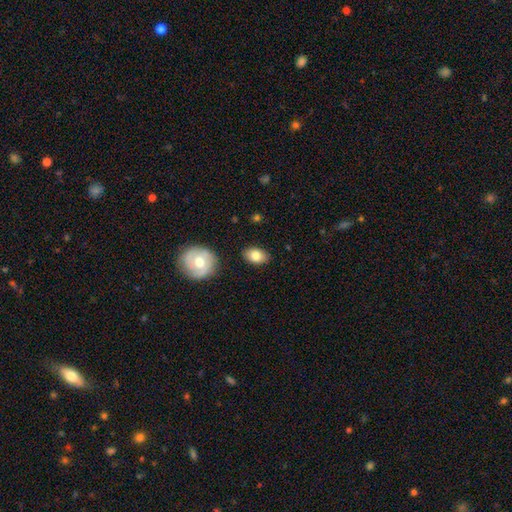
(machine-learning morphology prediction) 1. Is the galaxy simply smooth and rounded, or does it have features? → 78% smooth, 15% featured or disk, 7% star or artifact.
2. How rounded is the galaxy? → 85% in between, 14% round, 1% cigar-shaped.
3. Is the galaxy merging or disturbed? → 85% none, 10% minor disturbance, 2% major disturbance, 2% merger.